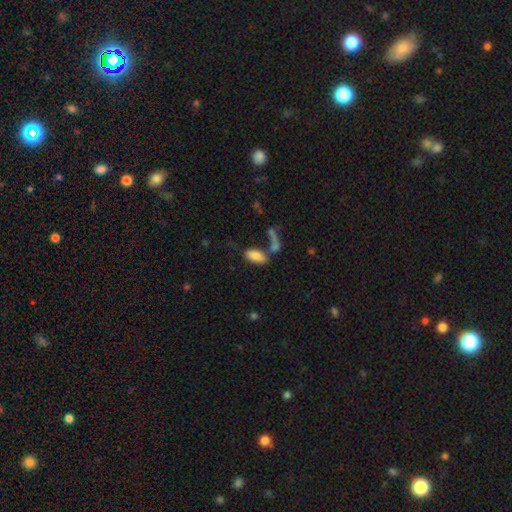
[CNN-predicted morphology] The model was most divided on "merging": none: 51%, merger: 28%, minor disturbance: 13%, major disturbance: 8%. More confident: how rounded — in between (89%); smooth or featured — smooth (81%).